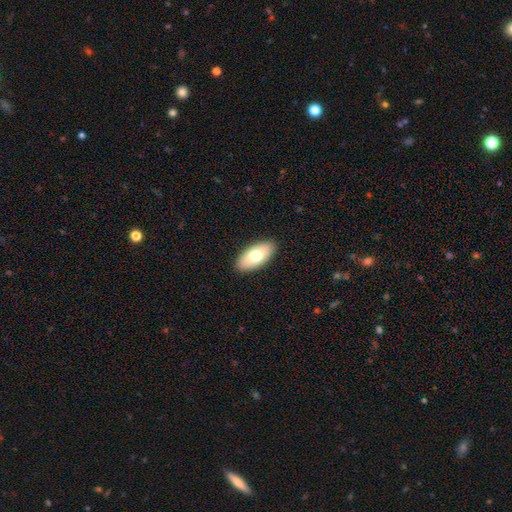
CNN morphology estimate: Smooth or featured?
  - smooth: 72% *
  - featured or disk: 22%
  - star or artifact: 6%
How rounded?
  - in between: 92% *
  - cigar-shaped: 5%
  - round: 2%
Merging?
  - none: 90% *
  - minor disturbance: 8%
  - major disturbance: 2%
  - merger: 1%